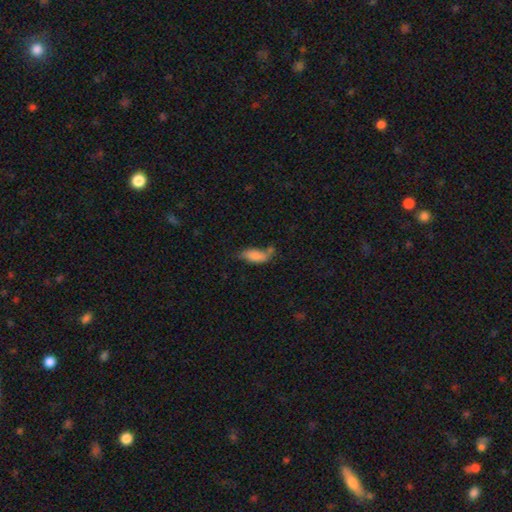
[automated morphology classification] Smooth or featured: smooth — 82% (featured or disk — 10%)
How rounded: in between — 81% (cigar-shaped — 16%)
Merging: none — 44% (minor disturbance — 26%)